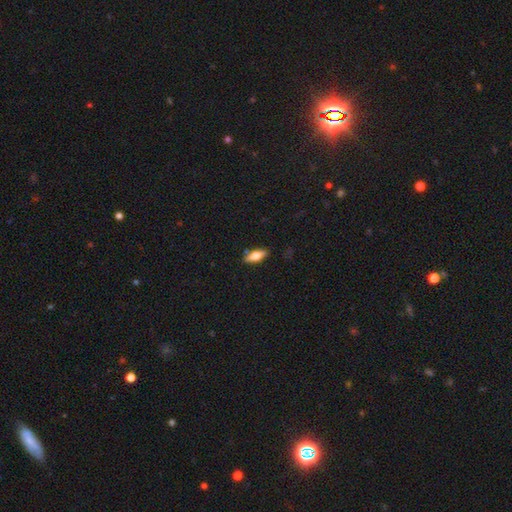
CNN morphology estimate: A smooth galaxy with no disk features (66%) that is in between round and cigar-shaped (69%).

Vote fractions:
- Smooth or featured? smooth: 66% / featured or disk: 27% / star or artifact: 7%
- How rounded? in between: 69% / cigar-shaped: 28% / round: 3%
- Merging? none: 82% / minor disturbance: 12% / merger: 3% / major disturbance: 3%